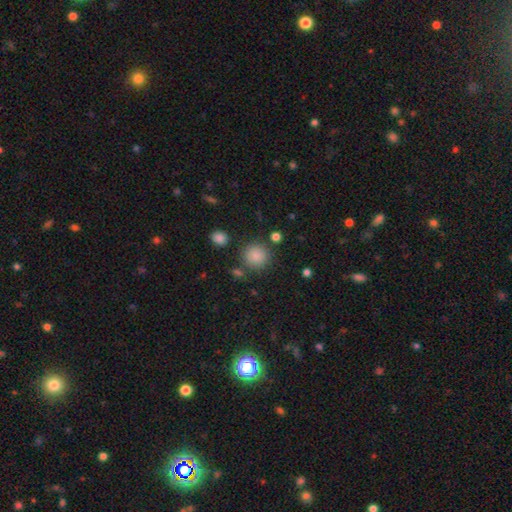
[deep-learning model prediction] Smooth or featured: smooth — 85% (star or artifact — 10%)
How rounded: round — 92% (in between — 7%)
Merging: none — 83% (minor disturbance — 9%)